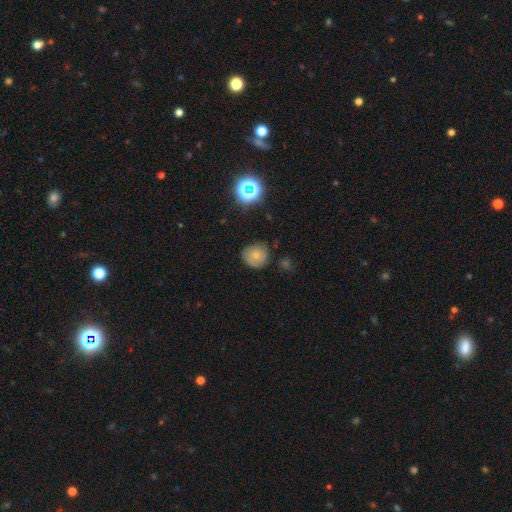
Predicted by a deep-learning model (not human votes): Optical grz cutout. It shows a smooth galaxy with no disk features (64%) that is round (86%). Merging: none (75%).